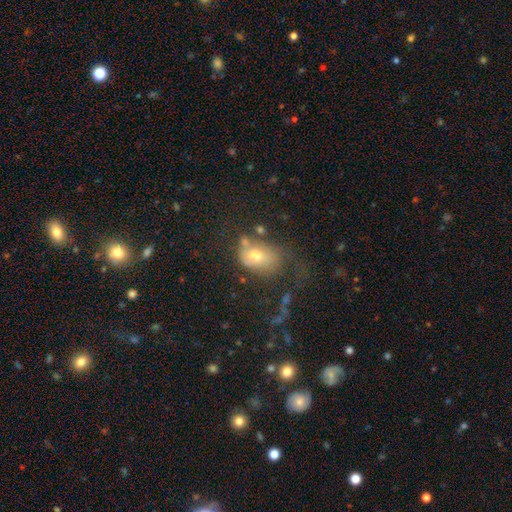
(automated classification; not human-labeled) smooth 64%, featured or disk 24%, star or artifact 12%. Down the decision tree: how rounded — in between (69%); merging — none (37%).